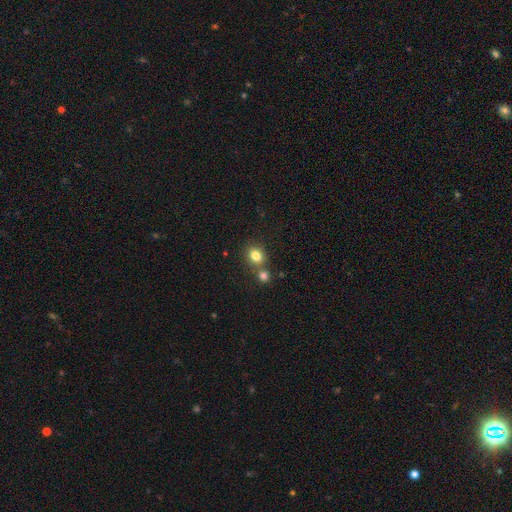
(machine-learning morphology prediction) A smooth galaxy with no disk features (82%) that is round (62%).

Vote fractions:
- Smooth or featured? smooth: 82% / star or artifact: 11% / featured or disk: 7%
- How rounded? round: 62% / in between: 37% / cigar-shaped: 1%
- Merging? none: 60% / merger: 28% / minor disturbance: 9% / major disturbance: 3%